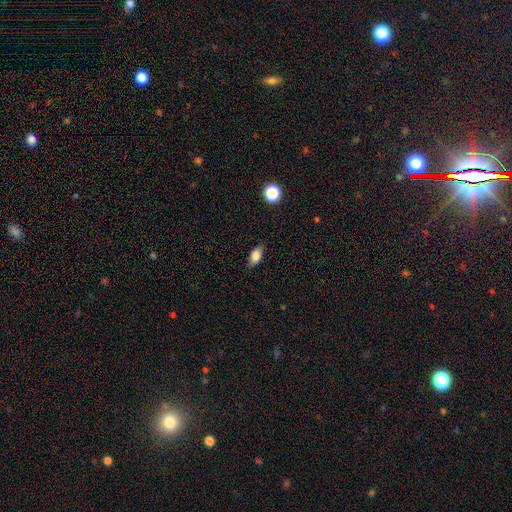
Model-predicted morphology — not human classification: The model was most divided on "merging": none: 80%, minor disturbance: 16%, major disturbance: 3%, merger: 1%. More confident: how rounded — in between (84%); smooth or featured — smooth (79%).